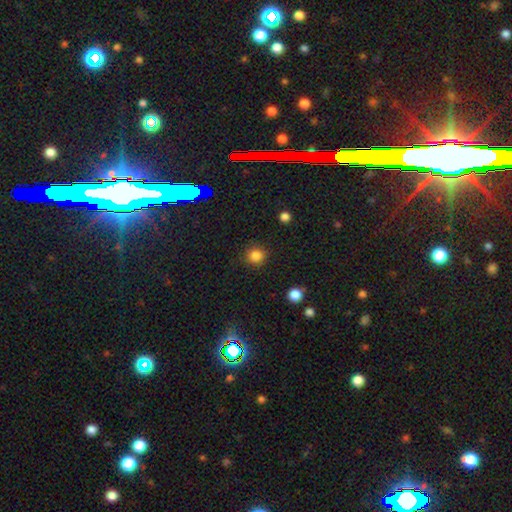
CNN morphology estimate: Overall: smooth (84%). How rounded: round (92%). Merging: none (88%).